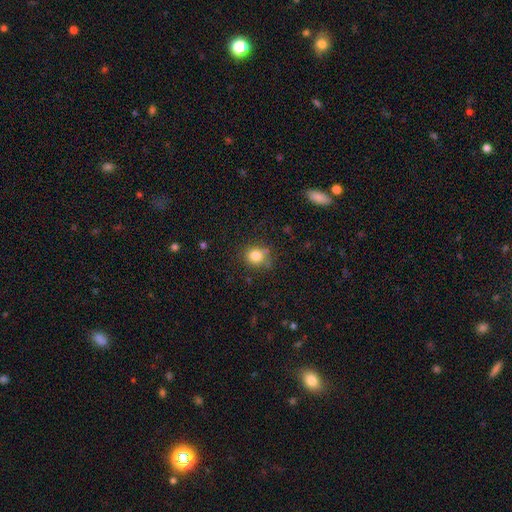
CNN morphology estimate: Smooth or featured?
  - smooth: 81% *
  - star or artifact: 12%
  - featured or disk: 7%
How rounded?
  - round: 77% *
  - in between: 22%
  - cigar-shaped: 1%
Merging?
  - none: 68% *
  - minor disturbance: 20%
  - major disturbance: 6%
  - merger: 6%